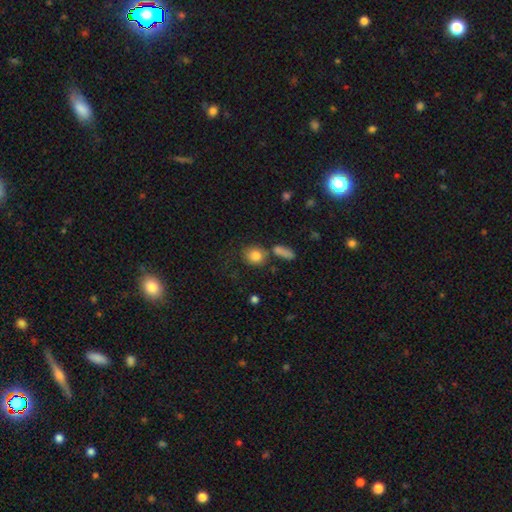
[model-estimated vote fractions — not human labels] The model was most divided on "merging": none: 62%, merger: 17%, minor disturbance: 14%, major disturbance: 6%. More confident: smooth or featured — smooth (82%); how rounded — round (73%).